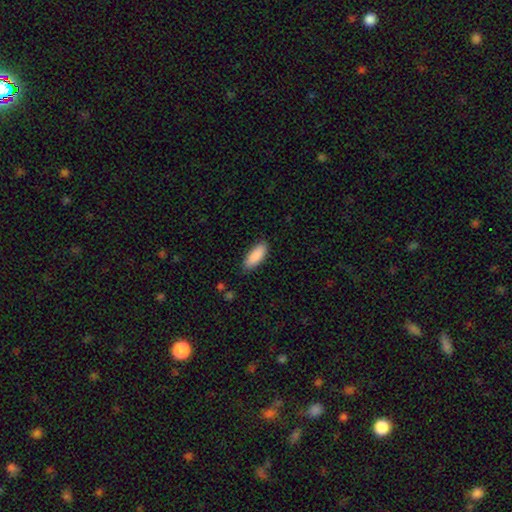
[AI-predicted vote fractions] smooth_or_featured: smooth (p=0.89) [alt: star or artifact p=0.06]
how_rounded: in between (p=0.75) [alt: cigar-shaped p=0.24]
merging: none (p=0.86) [alt: minor disturbance p=0.10]